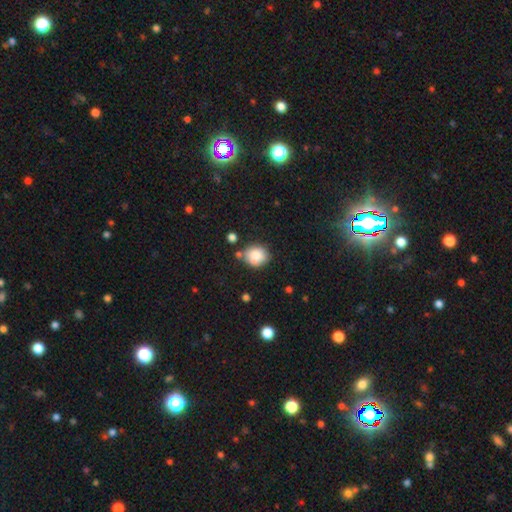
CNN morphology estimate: Overall: smooth (82%). How rounded: round (68%; in between 31%). Merging: none (63%).